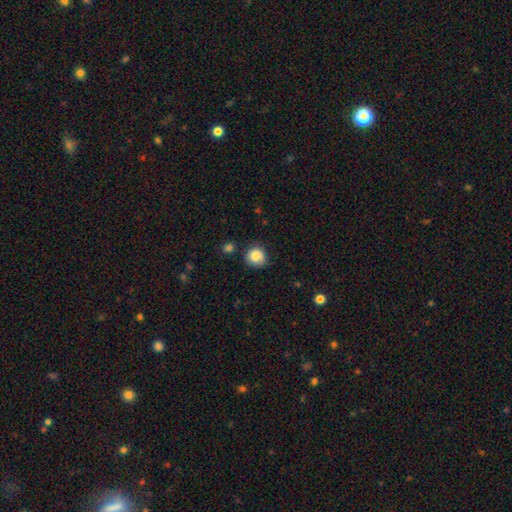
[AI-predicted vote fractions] This is clearly a smooth galaxy (84%). How rounded: clearly round (86%). Merging: likely none (69%).